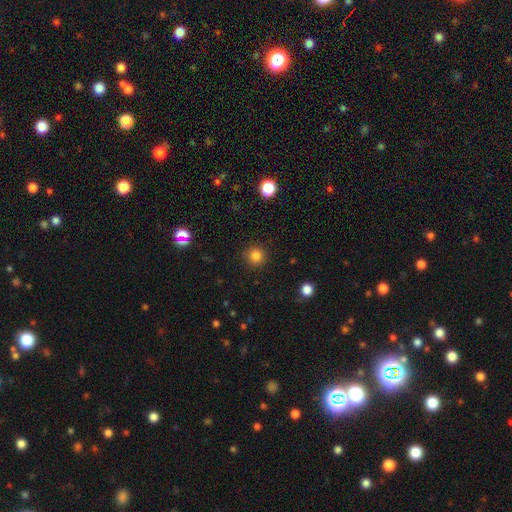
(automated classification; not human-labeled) smooth-or-featured: smooth: 82% | star or artifact: 13% | featured or disk: 4%
  how-rounded: round: 95% | in between: 4% | cigar-shaped: 1%
  merging: none: 91% | minor disturbance: 5% | major disturbance: 2% | merger: 1%